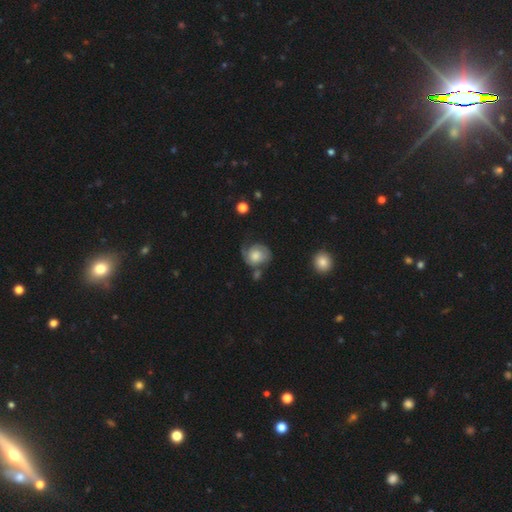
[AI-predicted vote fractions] Smooth or featured: featured or disk — 63% (smooth — 30%)
Edge-on disk: no — 98% (yes — 2%)
Bar: no — 77% (weak — 21%)
Spiral arms: yes — 89% (no — 11%)
Spiral winding: tight — 51% (medium — 33%)
Spiral arm count: 2 — 54% (1 — 25%)
Bulge size: moderate — 47% (large — 26%)
Merging: none — 48% (minor disturbance — 26%)